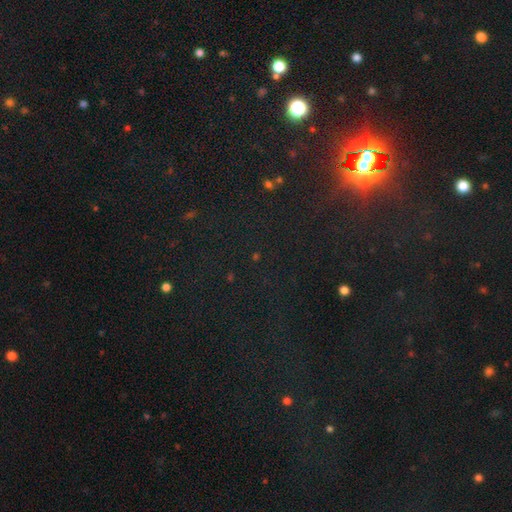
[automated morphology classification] A star or artifact, not a galaxy (81%).